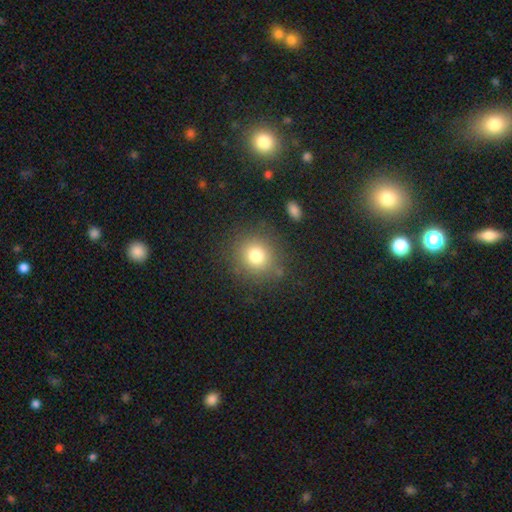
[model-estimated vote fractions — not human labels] Morphology: type=smooth (77%); roundness=round (88%); merging=none (84%).